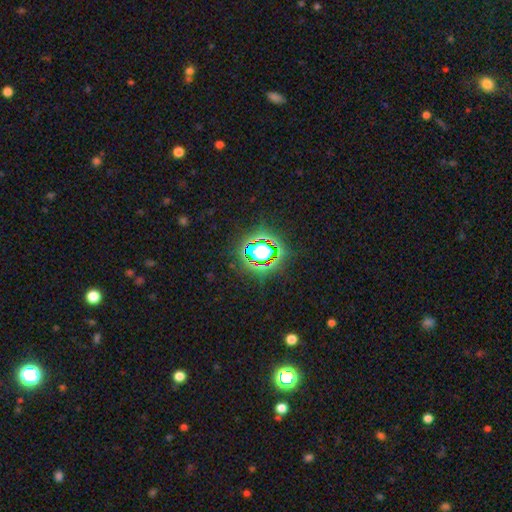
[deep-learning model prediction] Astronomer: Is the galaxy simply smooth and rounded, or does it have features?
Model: star or artifact — 80%.